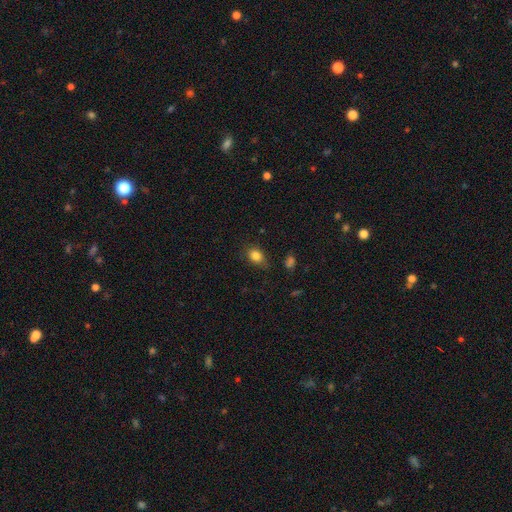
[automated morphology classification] A smooth galaxy with no disk features (84%) that is in between round and cigar-shaped (69%).

Vote fractions:
- Smooth or featured? smooth: 84% / star or artifact: 10% / featured or disk: 6%
- How rounded? in between: 69% / round: 29% / cigar-shaped: 2%
- Merging? none: 72% / minor disturbance: 21% / major disturbance: 5% / merger: 2%